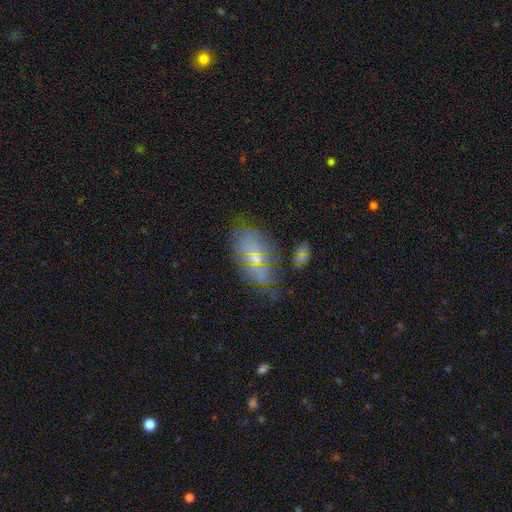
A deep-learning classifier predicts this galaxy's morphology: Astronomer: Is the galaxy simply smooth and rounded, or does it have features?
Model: featured or disk — 45% (runner-up: smooth, 35%).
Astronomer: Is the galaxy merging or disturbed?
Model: none — 63%.